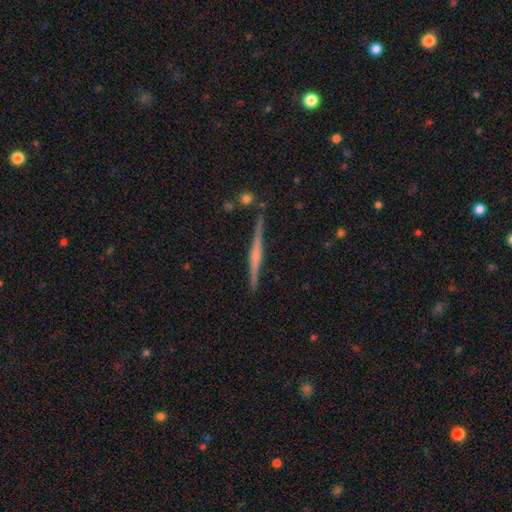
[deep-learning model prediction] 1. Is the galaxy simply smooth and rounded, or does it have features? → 74% featured or disk, 20% smooth, 6% star or artifact.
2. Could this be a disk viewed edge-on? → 98% yes, 2% no.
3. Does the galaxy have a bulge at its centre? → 47% rounded, 31% none, 21% boxy.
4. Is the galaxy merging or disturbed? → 90% none, 7% minor disturbance, 2% merger, 2% major disturbance.